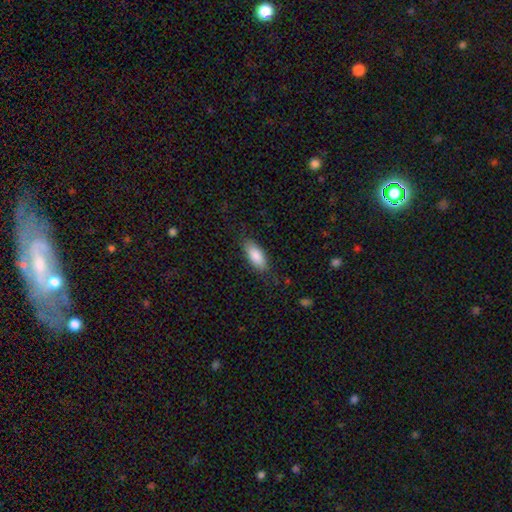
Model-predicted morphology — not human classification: smooth 86%, featured or disk 8%, star or artifact 6%. Down the decision tree: how rounded — in between (83%); merging — none (82%).